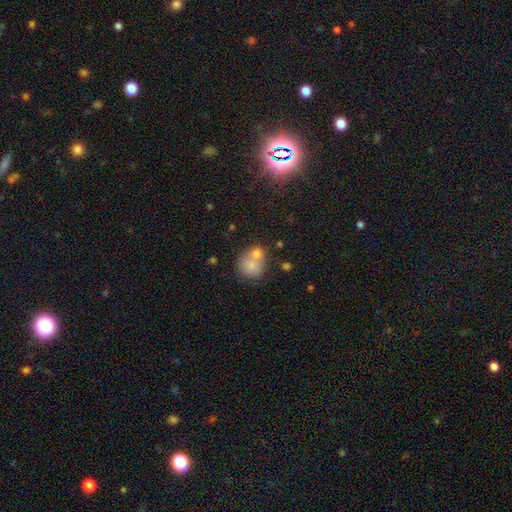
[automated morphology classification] type=smooth (61%); roundness=round (84%); merging=none (48%).